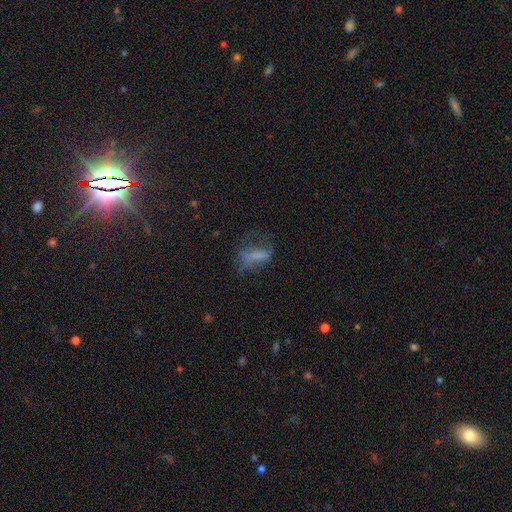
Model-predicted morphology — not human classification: Q: Smooth or featured?
A: smooth (44%); runner-up: featured or disk (39%)
Q: Merging?
A: major disturbance (38%); runner-up: none (37%)